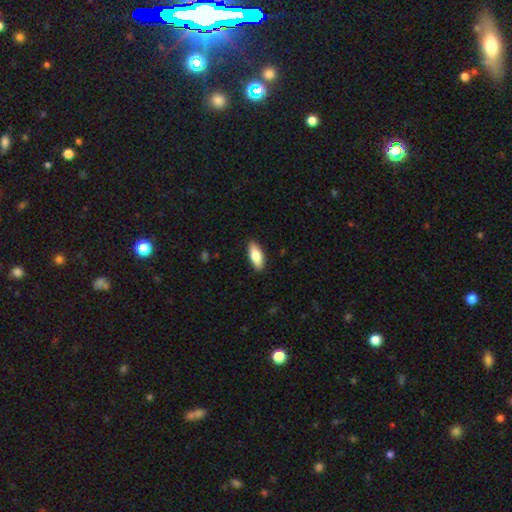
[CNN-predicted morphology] Smooth or featured? smooth (75%)
How rounded? in between (77%)
Merging? none (89%)